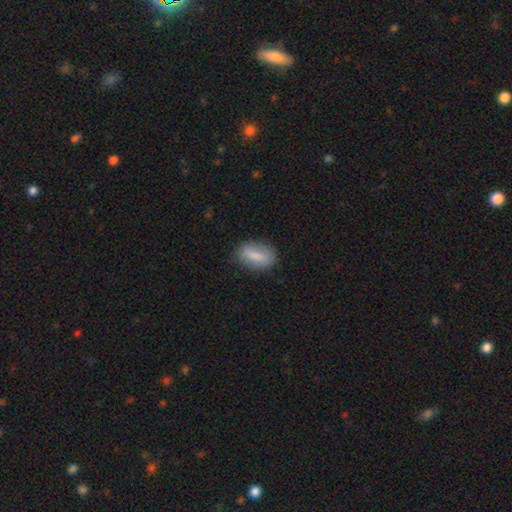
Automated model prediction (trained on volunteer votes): smooth 76%, featured or disk 17%, star or artifact 7%. Down the decision tree: how rounded — in between (86%); merging — none (76%).